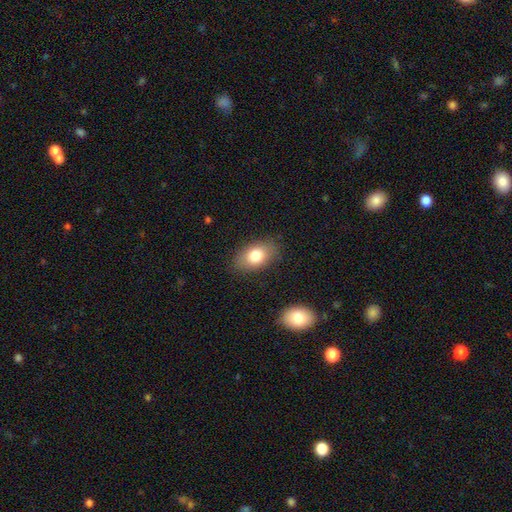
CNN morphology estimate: Smooth or featured? Predicted: smooth (p=0.79). How rounded? Predicted: in between (p=0.89). Merging? Predicted: none (p=0.84).